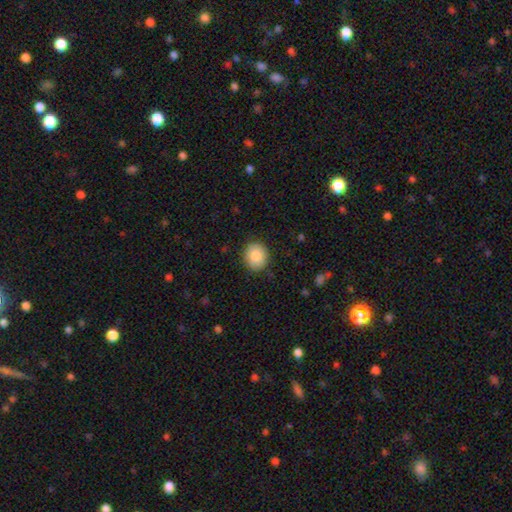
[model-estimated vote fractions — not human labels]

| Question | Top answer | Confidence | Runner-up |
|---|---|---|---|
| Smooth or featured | smooth | 84% | featured or disk (8%) |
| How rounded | round | 73% | in between (26%) |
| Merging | none | 88% | minor disturbance (8%) |